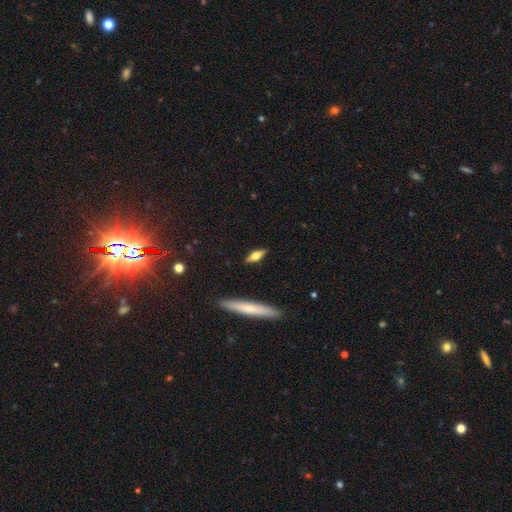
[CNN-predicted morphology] A smooth galaxy with no disk features (47%). Merging: none (87%).